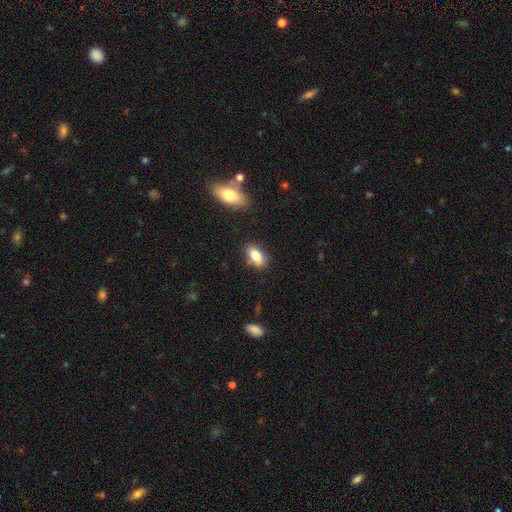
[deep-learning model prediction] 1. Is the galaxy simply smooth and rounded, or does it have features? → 81% smooth, 11% featured or disk, 8% star or artifact.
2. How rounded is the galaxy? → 88% in between, 8% round, 4% cigar-shaped.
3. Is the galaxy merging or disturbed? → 78% none, 15% minor disturbance, 4% merger, 3% major disturbance.